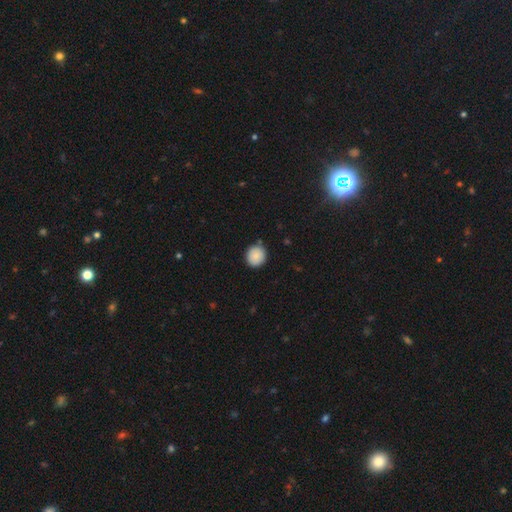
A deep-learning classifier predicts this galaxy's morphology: Smooth or featured? Predicted: smooth (p=0.86). How rounded? Predicted: round (p=0.89). Merging? Predicted: none (p=0.85).